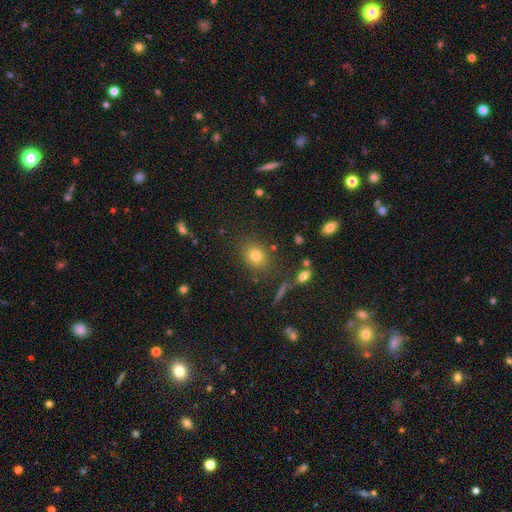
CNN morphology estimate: This is likely a smooth galaxy (77%). How rounded: possibly round (54%). Merging: clearly none (82%).